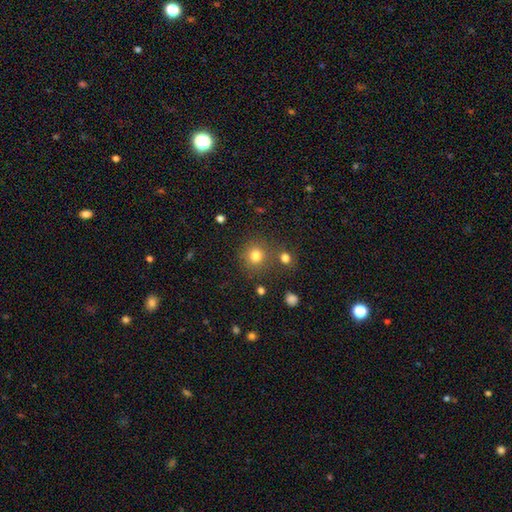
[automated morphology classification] Overall: smooth (79%). How rounded: round (92%). Merging: none (78%).